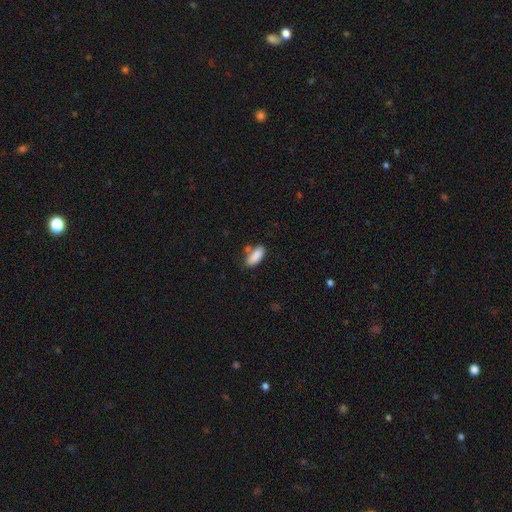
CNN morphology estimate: A smooth galaxy with no disk features (87%) that is in between round and cigar-shaped (81%). Merging: none (64%).